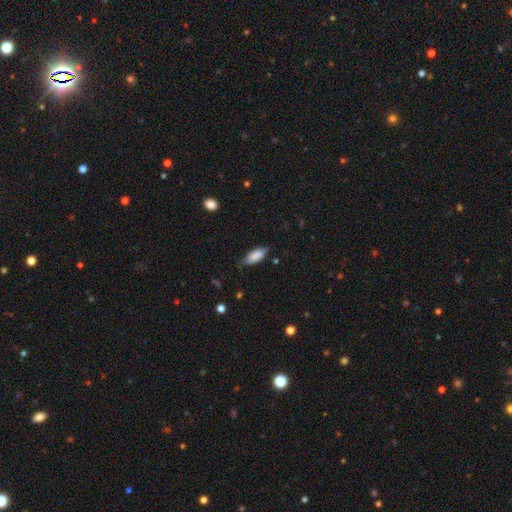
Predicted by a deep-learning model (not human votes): Overall: smooth (84%). How rounded: in between (77%). Merging: none (73%).